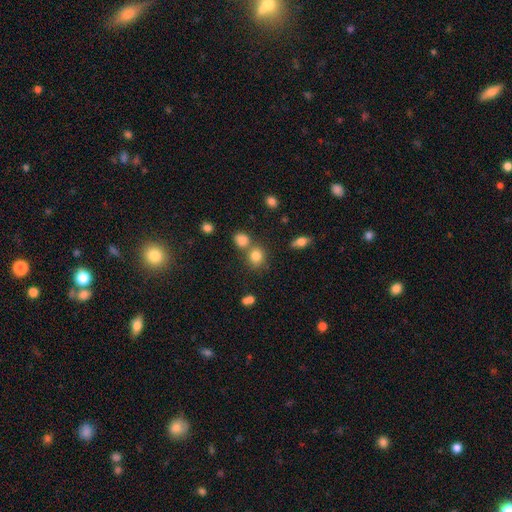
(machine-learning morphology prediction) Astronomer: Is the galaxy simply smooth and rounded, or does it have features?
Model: smooth — 79%.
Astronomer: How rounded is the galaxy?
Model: round — 78%.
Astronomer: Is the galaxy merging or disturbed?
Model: none — 58%.